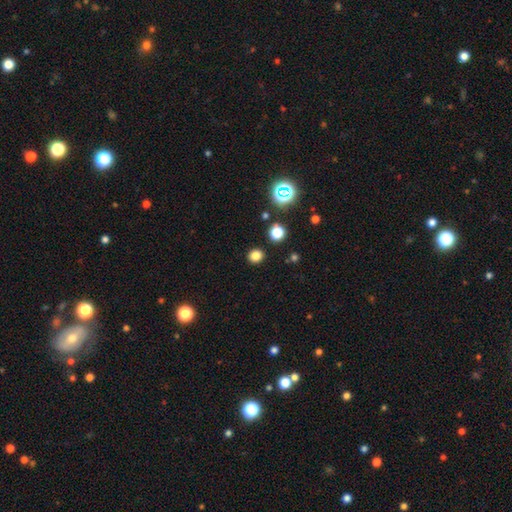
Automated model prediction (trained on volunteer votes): The model was most divided on "how rounded": round: 80%, in between: 19%, cigar-shaped: 1%. More confident: merging — none (90%); smooth or featured — smooth (80%).